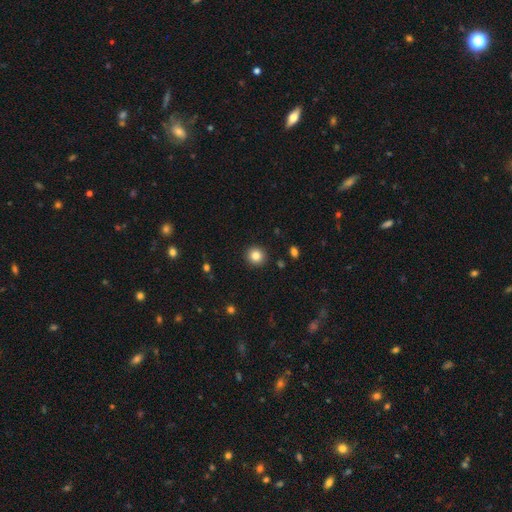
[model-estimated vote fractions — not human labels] Smooth or featured? smooth (83%)
How rounded? round (92%)
Merging? none (92%)